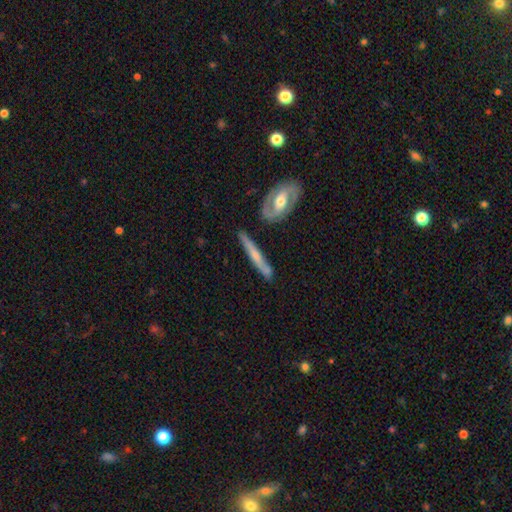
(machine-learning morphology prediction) Smooth or featured?
  - featured or disk: 62% *
  - smooth: 33%
  - star or artifact: 6%
Edge-on disk?
  - yes: 80% *
  - no: 20%
Merging?
  - none: 79% *
  - minor disturbance: 13%
  - merger: 5%
  - major disturbance: 3%